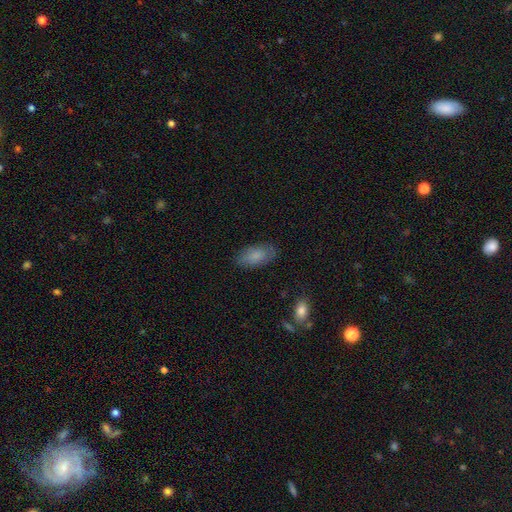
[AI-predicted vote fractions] Smooth or featured? smooth (79%)
How rounded? in between (93%)
Merging? none (81%)